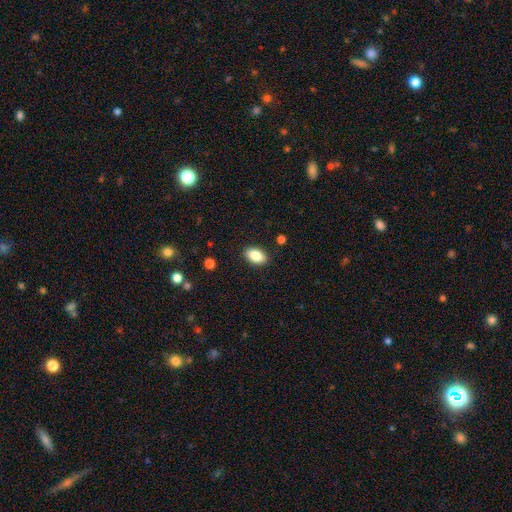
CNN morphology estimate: Smooth or featured? smooth (85%)
How rounded? in between (91%)
Merging? none (89%)